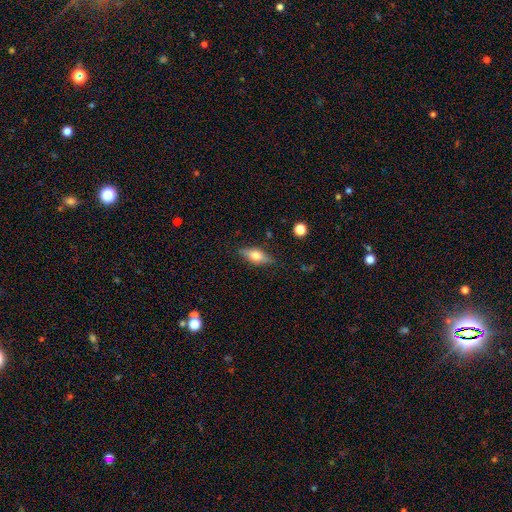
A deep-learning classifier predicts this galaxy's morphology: A smooth galaxy with no disk features (57%) that is in between round and cigar-shaped (72%). Merging: none (82%).